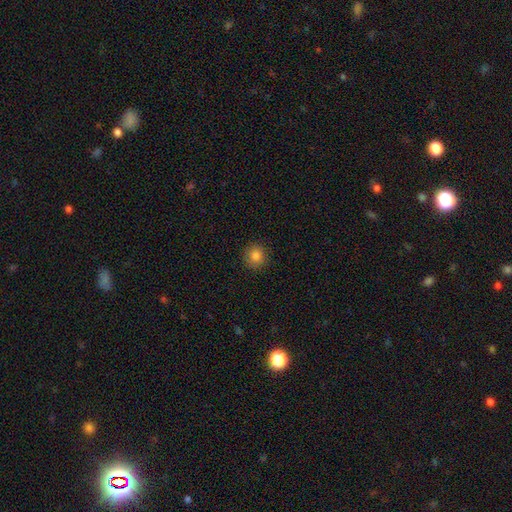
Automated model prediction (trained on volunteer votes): Q: Smooth or featured?
A: smooth (82%); runner-up: star or artifact (11%)
Q: How rounded?
A: round (93%); runner-up: in between (6%)
Q: Merging?
A: none (91%); runner-up: minor disturbance (7%)